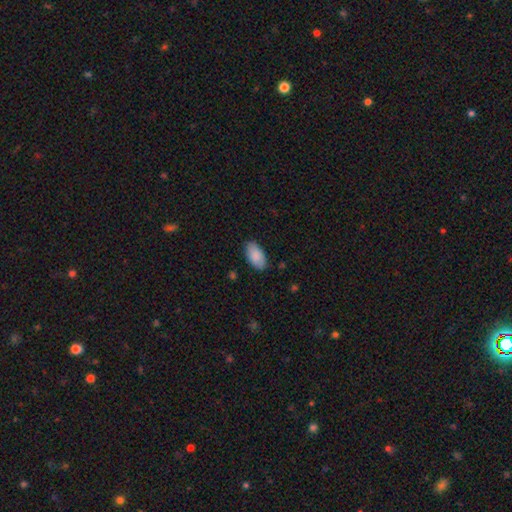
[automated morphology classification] smooth_or_featured: smooth (p=0.88) [alt: star or artifact p=0.06]
how_rounded: in between (p=0.95) [alt: round p=0.03]
merging: none (p=0.85) [alt: minor disturbance p=0.12]